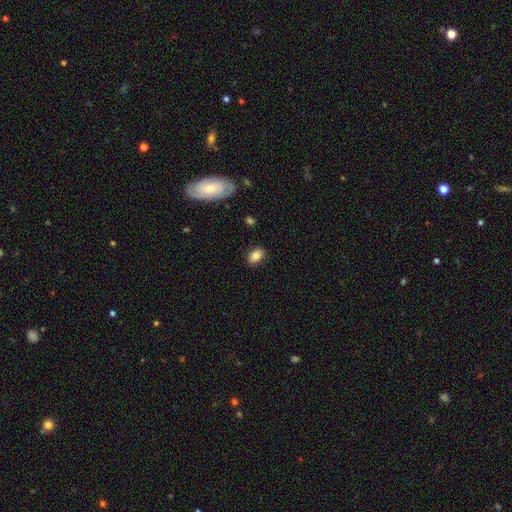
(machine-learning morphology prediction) smooth_or_featured: smooth (p=0.85) [alt: star or artifact p=0.09]
how_rounded: in between (p=0.81) [alt: round p=0.18]
merging: none (p=0.85) [alt: minor disturbance p=0.11]